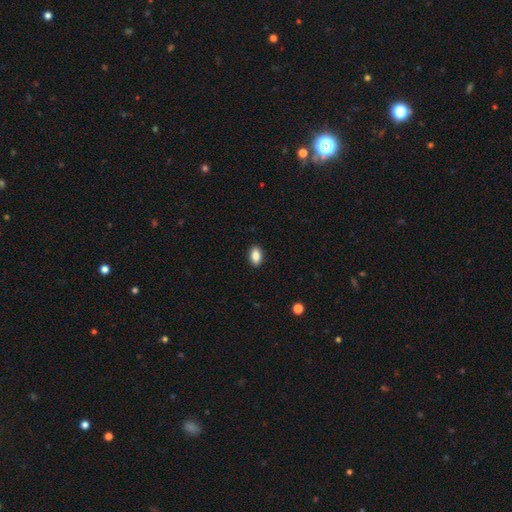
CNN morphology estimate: smooth-or-featured: smooth: 87% | star or artifact: 8% | featured or disk: 5%
  how-rounded: in between: 89% | round: 9% | cigar-shaped: 3%
  merging: none: 90% | minor disturbance: 7% | major disturbance: 2% | merger: 1%